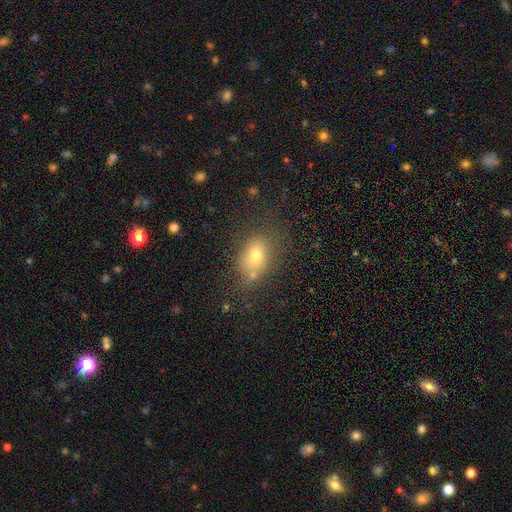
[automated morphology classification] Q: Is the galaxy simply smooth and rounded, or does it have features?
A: smooth — 71%.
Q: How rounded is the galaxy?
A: in between — 69%.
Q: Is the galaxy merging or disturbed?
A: none — 65%.